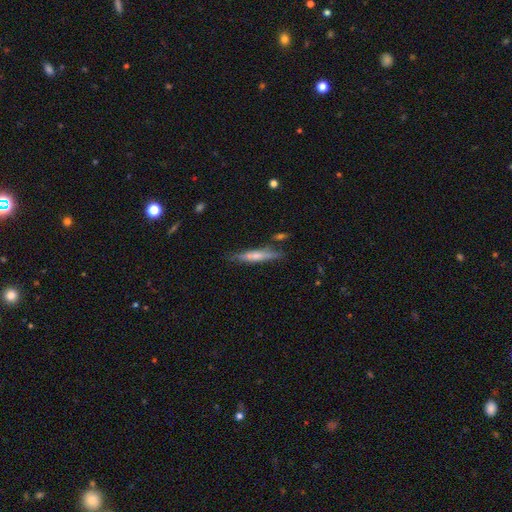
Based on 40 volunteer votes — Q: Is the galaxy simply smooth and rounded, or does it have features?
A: smooth — 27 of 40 (68%).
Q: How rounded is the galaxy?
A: cigar-shaped — 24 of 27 (89%).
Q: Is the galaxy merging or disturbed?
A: none — 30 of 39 (77%).